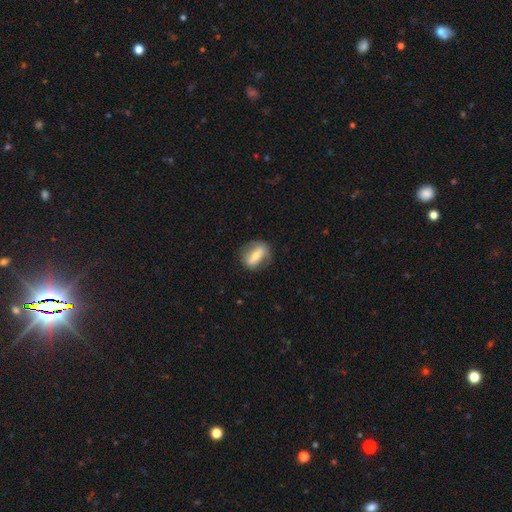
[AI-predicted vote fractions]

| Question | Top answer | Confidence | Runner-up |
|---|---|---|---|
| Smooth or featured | smooth | 50% | featured or disk (43%) |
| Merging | none | 76% | minor disturbance (17%) |